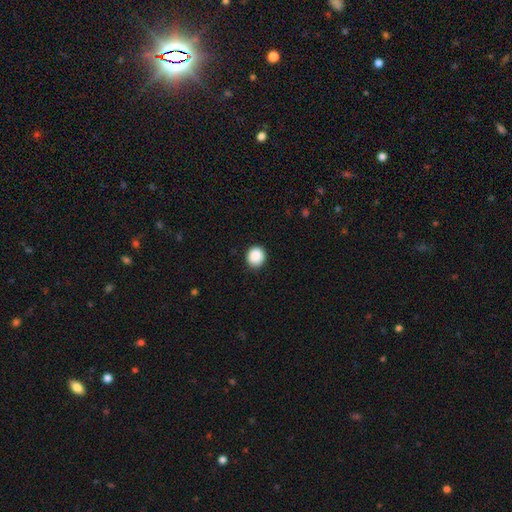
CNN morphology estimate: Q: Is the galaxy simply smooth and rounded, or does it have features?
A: smooth — 89%.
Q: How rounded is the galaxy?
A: round — 83%.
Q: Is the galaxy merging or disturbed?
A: none — 88%.